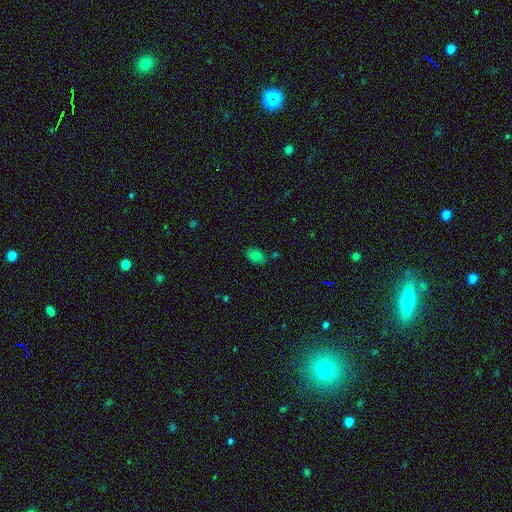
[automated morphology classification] Overall: smooth (77%). How rounded: in between (82%). Merging: none (75%).